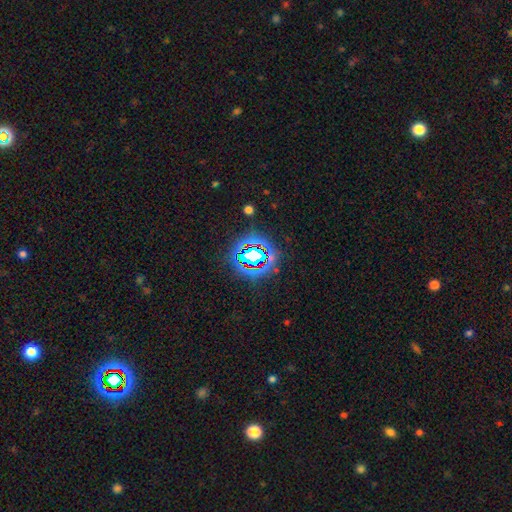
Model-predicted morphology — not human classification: smooth-or-featured: star or artifact: 70% | smooth: 17% | featured or disk: 13%